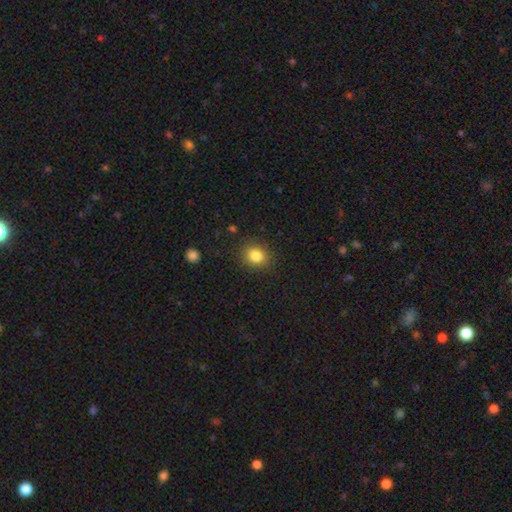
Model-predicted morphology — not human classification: smooth-or-featured: smooth: 83% | star or artifact: 11% | featured or disk: 6%
  how-rounded: round: 71% | in between: 28% | cigar-shaped: 1%
  merging: none: 87% | minor disturbance: 9% | major disturbance: 3% | merger: 1%